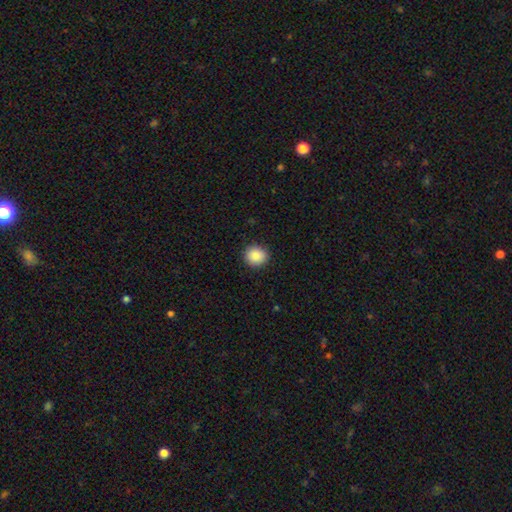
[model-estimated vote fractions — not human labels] Morphology: type=smooth (87%); roundness=round (88%); merging=none (90%).